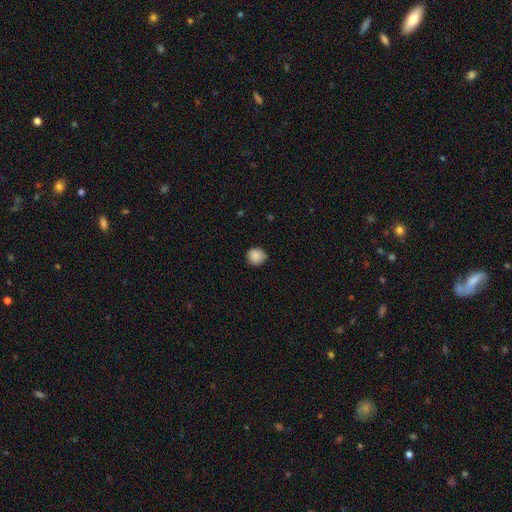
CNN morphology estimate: Smooth or featured? Predicted: smooth (p=0.88). How rounded? Predicted: round (p=0.93). Merging? Predicted: none (p=0.88).